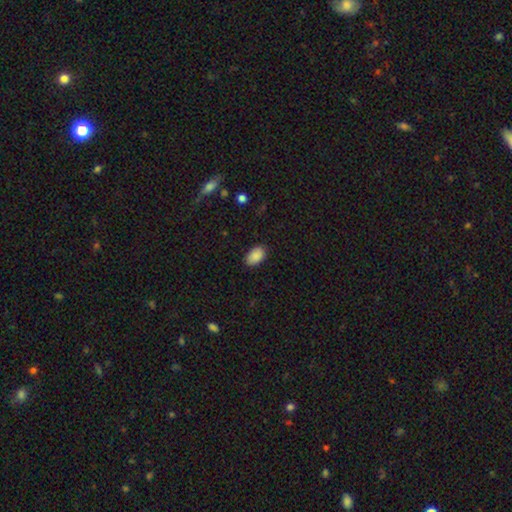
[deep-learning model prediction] This appears to be a smooth galaxy with no disk features (89%) that is in between round and cigar-shaped (92%). Merging: none (87%).